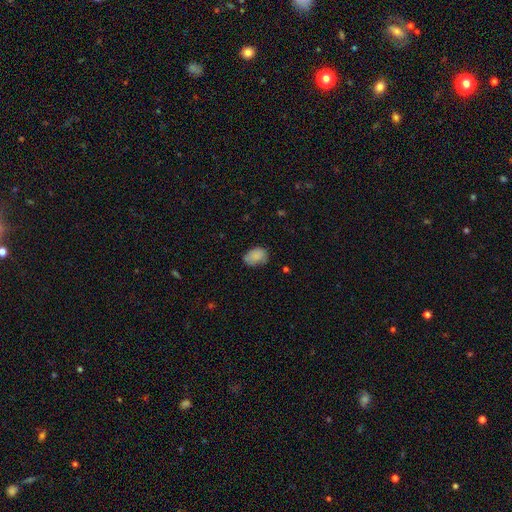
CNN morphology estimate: Smooth or featured: smooth — 85% (star or artifact — 8%)
How rounded: in between — 79% (round — 20%)
Merging: none — 64% (minor disturbance — 27%)